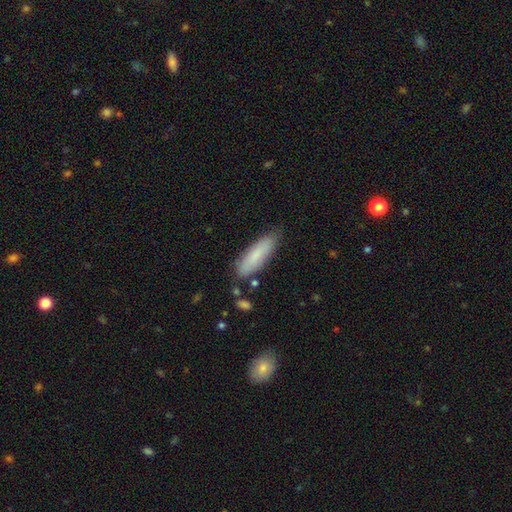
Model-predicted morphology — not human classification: smooth_or_featured: smooth (p=0.81) [alt: featured or disk p=0.13]
how_rounded: cigar-shaped (p=0.51) [alt: in between p=0.47]
merging: none (p=0.79) [alt: minor disturbance p=0.16]